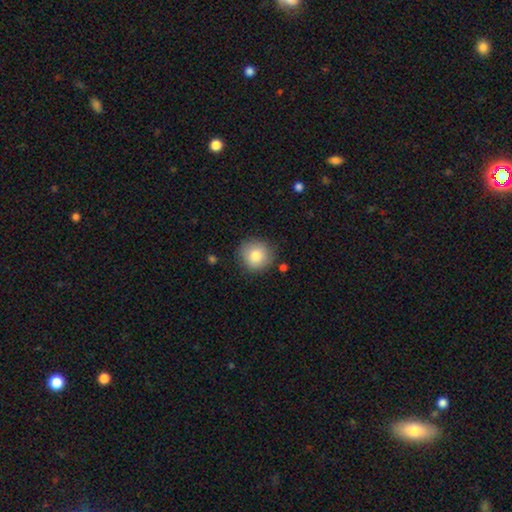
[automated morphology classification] The model was most divided on "smooth or featured": smooth: 82%, featured or disk: 9%, star or artifact: 9%. More confident: how rounded — round (92%); merging — none (84%).